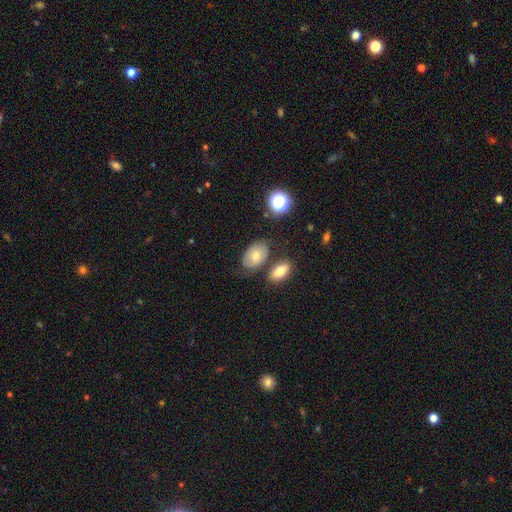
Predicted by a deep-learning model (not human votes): Smooth or featured?
  - smooth: 66% *
  - featured or disk: 24%
  - star or artifact: 10%
How rounded?
  - in between: 87% *
  - round: 11%
  - cigar-shaped: 1%
Merging?
  - none: 65% *
  - minor disturbance: 17%
  - merger: 13%
  - major disturbance: 6%